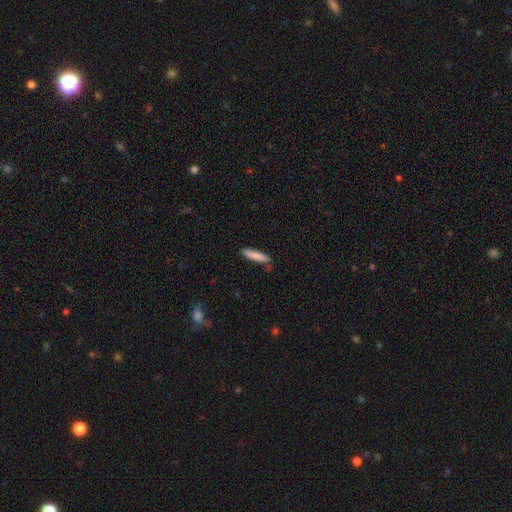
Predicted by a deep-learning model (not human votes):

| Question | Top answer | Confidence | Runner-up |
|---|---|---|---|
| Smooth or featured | smooth | 84% | featured or disk (10%) |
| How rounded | cigar-shaped | 85% | in between (14%) |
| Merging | none | 78% | minor disturbance (17%) |